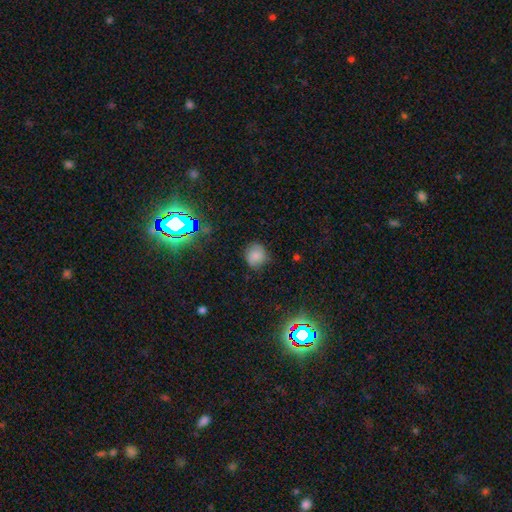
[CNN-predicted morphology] Smooth or featured? Predicted: smooth (p=0.76). How rounded? Predicted: round (p=0.85). Merging? Predicted: none (p=0.78).